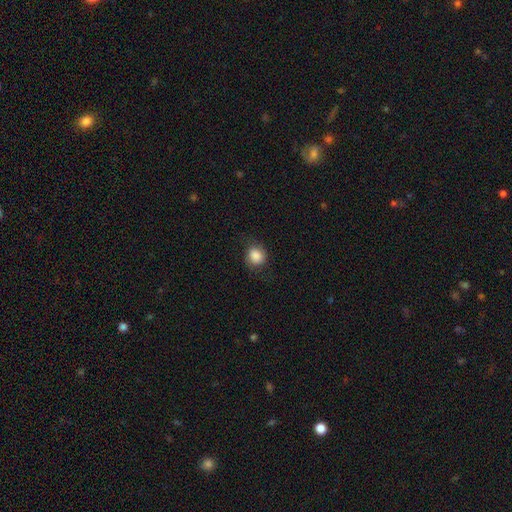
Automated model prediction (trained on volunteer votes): This is clearly a smooth galaxy (86%). How rounded: likely round (76%). Merging: likely none (75%).